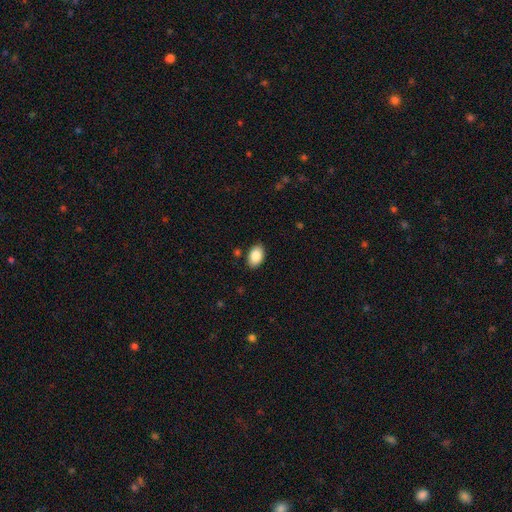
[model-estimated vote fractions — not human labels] Smooth or featured: smooth — 87% (star or artifact — 7%)
How rounded: in between — 90% (round — 9%)
Merging: none — 86% (minor disturbance — 10%)